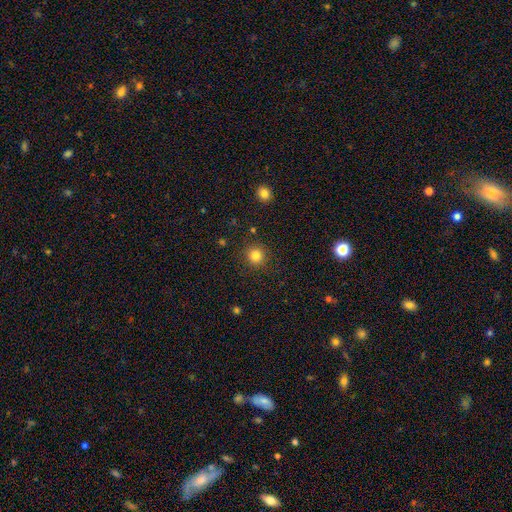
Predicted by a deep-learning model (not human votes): Smooth or featured?
  - smooth: 83% *
  - star or artifact: 12%
  - featured or disk: 5%
How rounded?
  - round: 93% *
  - in between: 6%
  - cigar-shaped: 1%
Merging?
  - none: 89% *
  - minor disturbance: 7%
  - major disturbance: 3%
  - merger: 2%